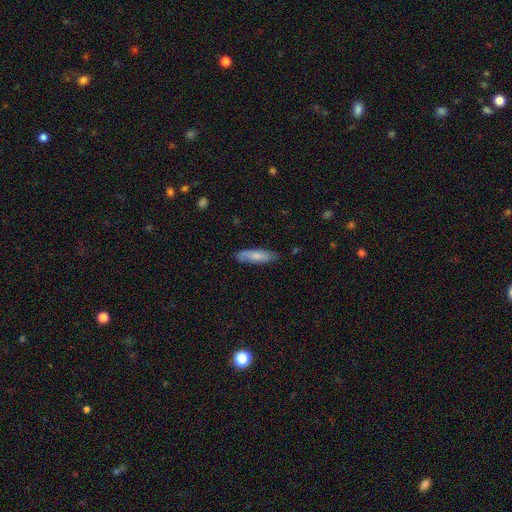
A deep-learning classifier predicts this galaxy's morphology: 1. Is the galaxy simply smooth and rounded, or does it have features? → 74% smooth, 20% featured or disk, 6% star or artifact.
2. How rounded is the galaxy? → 59% cigar-shaped, 40% in between, 2% round.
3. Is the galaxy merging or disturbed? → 75% none, 20% minor disturbance, 4% major disturbance, 2% merger.